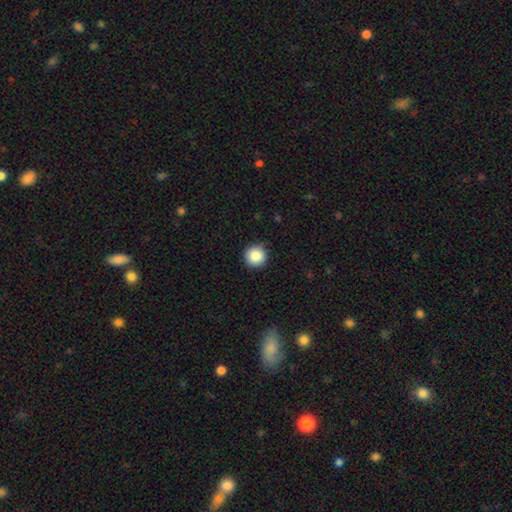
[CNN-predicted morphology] This is clearly a smooth galaxy (88%). How rounded: clearly round (96%). Merging: clearly none (92%).